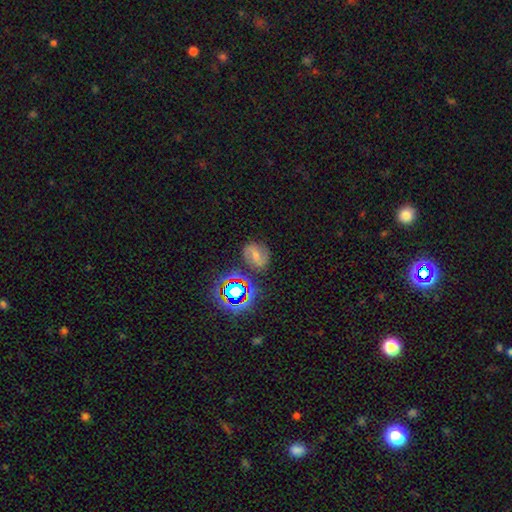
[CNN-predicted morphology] A featured or disk galaxy (45%).

Vote fractions:
- Smooth or featured? featured or disk: 45% / smooth: 34% / star or artifact: 21%
- Merging? none: 75% / minor disturbance: 15% / major disturbance: 6% / merger: 4%